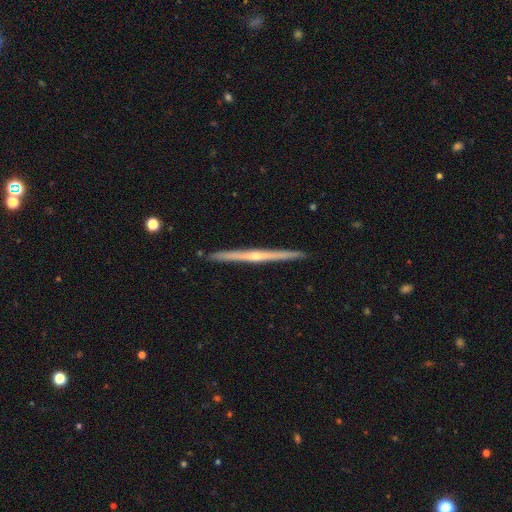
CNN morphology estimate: Smooth or featured: featured or disk — 80% (smooth — 15%)
Edge-on disk: yes — 98% (no — 2%)
Edge-on bulge: rounded — 71% (none — 26%)
Merging: none — 93% (minor disturbance — 5%)